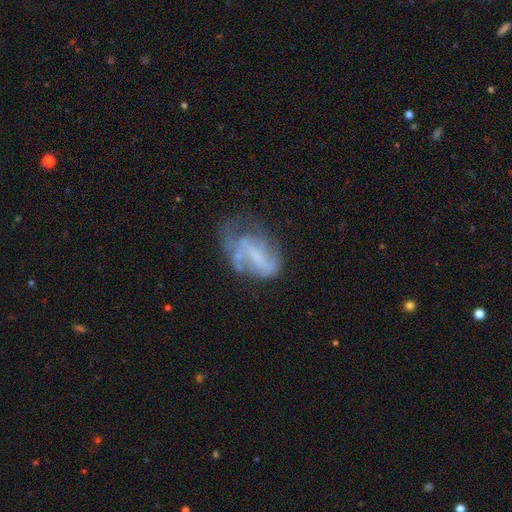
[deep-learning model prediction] featured or disk 60%, smooth 28%, star or artifact 11%. Down the decision tree: edge-on disk — no (96%); bar — no (47%); spiral arms — no (56%); bulge size — none (56%); merging — major disturbance (36%).